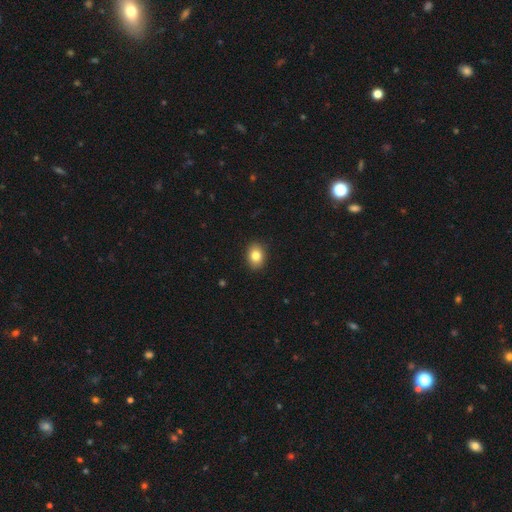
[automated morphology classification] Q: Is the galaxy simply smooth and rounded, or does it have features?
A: smooth — 82%.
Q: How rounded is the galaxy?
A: in between — 68%.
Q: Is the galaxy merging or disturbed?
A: none — 90%.